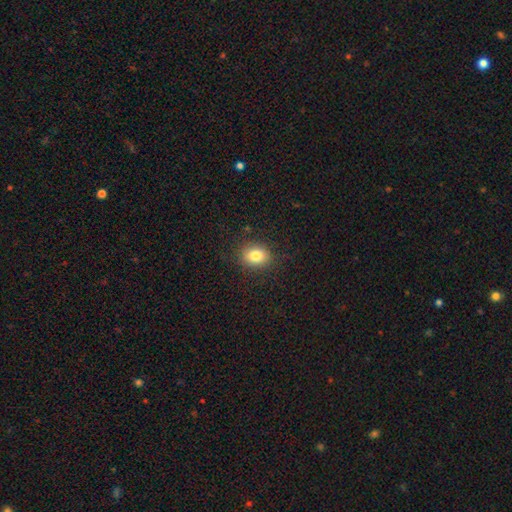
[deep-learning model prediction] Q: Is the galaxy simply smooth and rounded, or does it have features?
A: smooth — 82%.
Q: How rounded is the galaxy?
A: round — 55%.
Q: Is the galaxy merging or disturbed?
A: none — 86%.